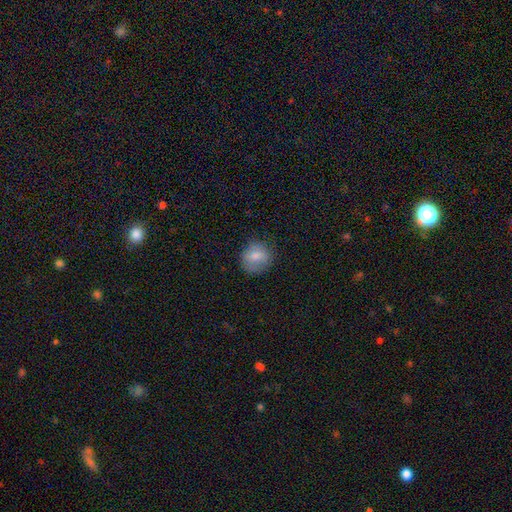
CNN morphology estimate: Smooth or featured?
  - smooth: 79% *
  - featured or disk: 12%
  - star or artifact: 9%
How rounded?
  - round: 83% *
  - in between: 16%
  - cigar-shaped: 1%
Merging?
  - none: 79% *
  - minor disturbance: 15%
  - major disturbance: 5%
  - merger: 1%